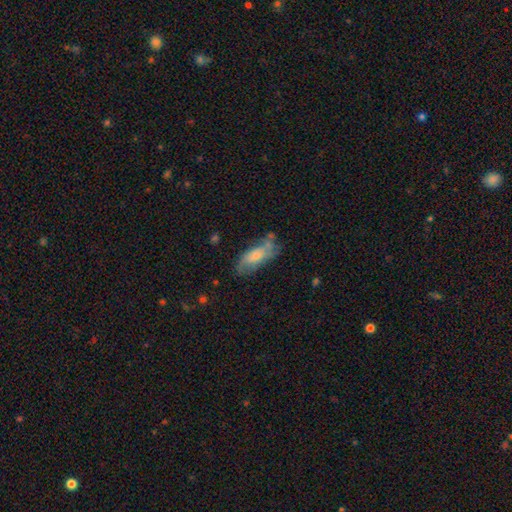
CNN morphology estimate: This is possibly a smooth galaxy (56%). How rounded: likely in between (78%). Merging: possibly none (50%).